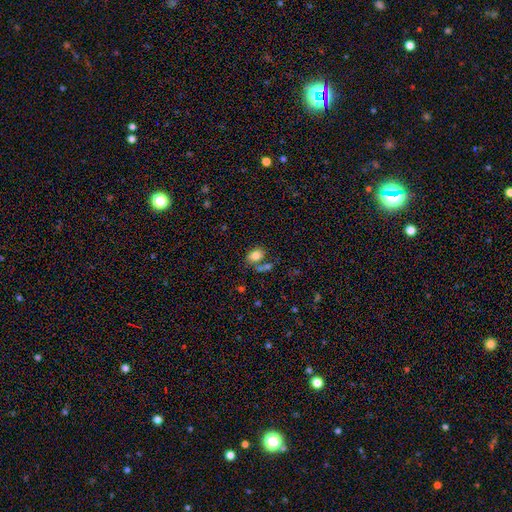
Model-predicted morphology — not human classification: Smooth or featured? Predicted: smooth (p=0.81). How rounded? Predicted: in between (p=0.78). Merging? Predicted: none (p=0.57).